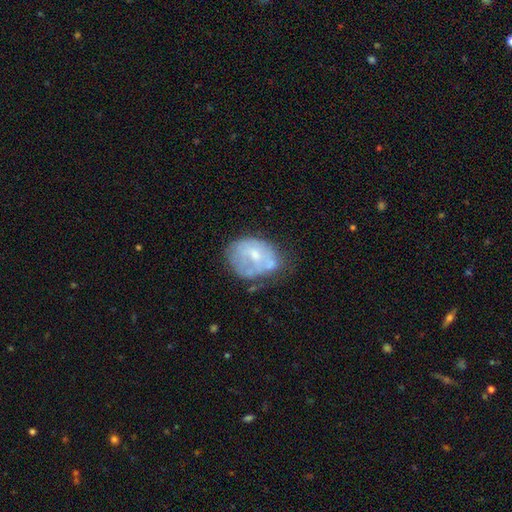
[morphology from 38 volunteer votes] Smooth or featured?
  - smooth: 58% *
  - featured or disk: 34%
  - star or artifact: 8%
How rounded?
  - in between: 59% *
  - round: 41%
  - cigar-shaped: 0%
Merging?
  - none: 37% *
  - minor disturbance: 34%
  - major disturbance: 23%
  - merger: 6%